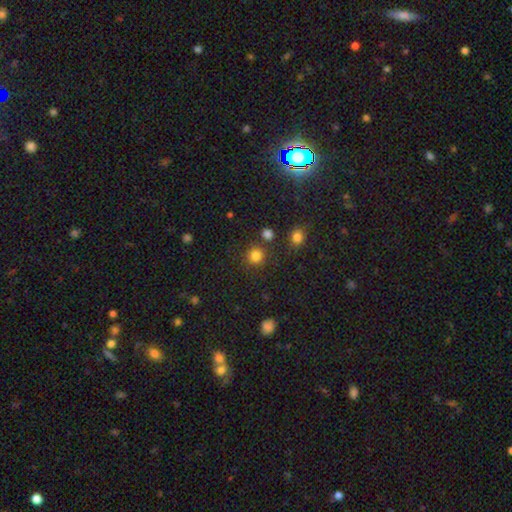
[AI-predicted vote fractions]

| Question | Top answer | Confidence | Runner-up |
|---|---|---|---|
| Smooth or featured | smooth | 82% | star or artifact (14%) |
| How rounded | round | 92% | in between (7%) |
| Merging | none | 82% | minor disturbance (8%) |